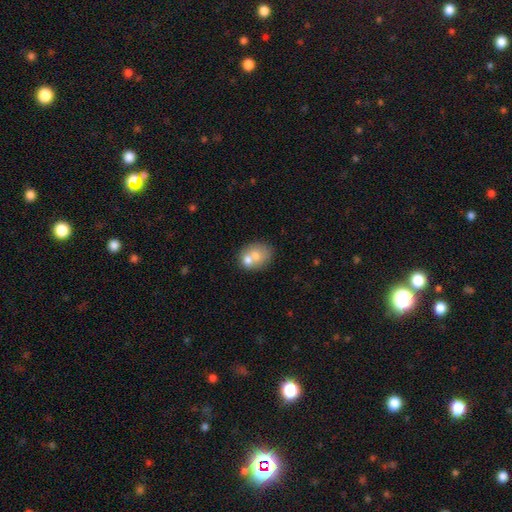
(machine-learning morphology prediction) A smooth galaxy with no disk features (67%) that is in between round and cigar-shaped (51%). Merging: merger (44%).